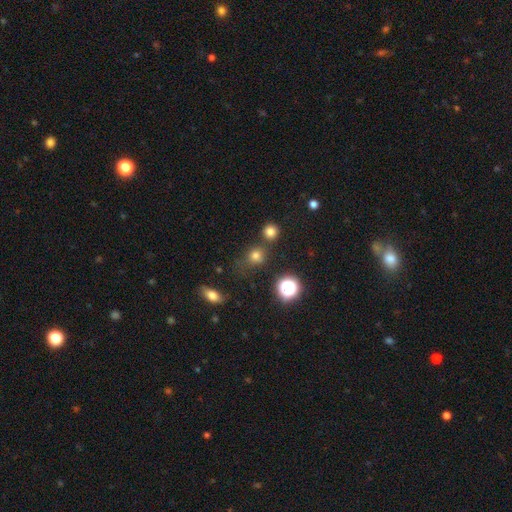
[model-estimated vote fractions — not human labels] smooth 71%, star or artifact 22%, featured or disk 7%. Down the decision tree: how rounded — round (77%); merging — none (66%).